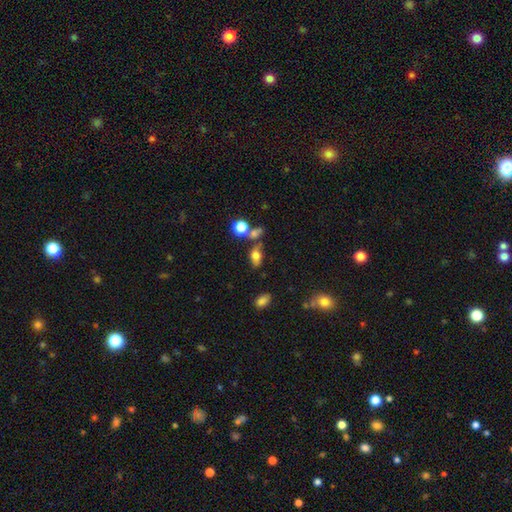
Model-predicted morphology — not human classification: Q: Smooth or featured?
A: smooth (74%); runner-up: star or artifact (14%)
Q: How rounded?
A: in between (82%); runner-up: round (14%)
Q: Merging?
A: none (54%); runner-up: merger (22%)